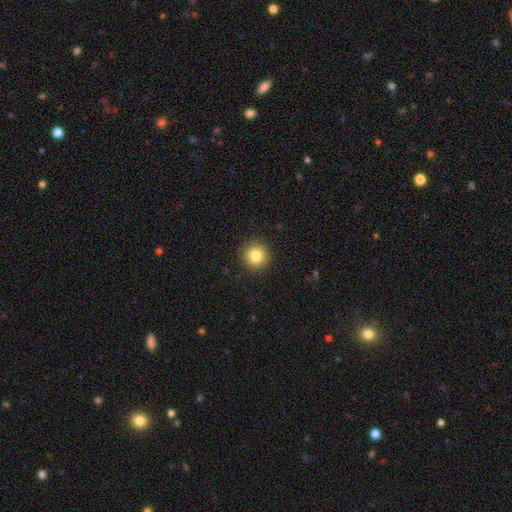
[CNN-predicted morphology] Q: Smooth or featured?
A: smooth (83%); runner-up: star or artifact (11%)
Q: How rounded?
A: round (94%); runner-up: in between (5%)
Q: Merging?
A: none (92%); runner-up: minor disturbance (6%)